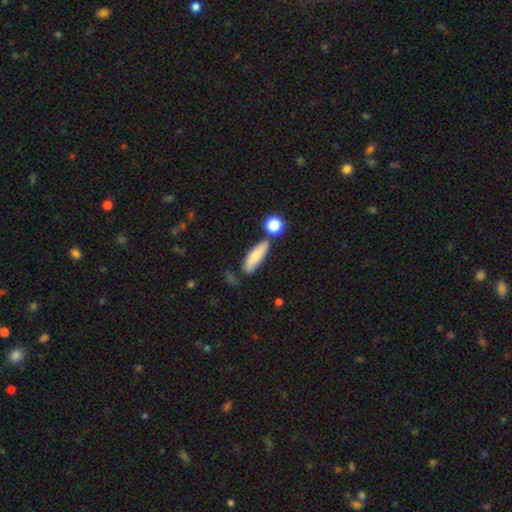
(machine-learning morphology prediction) smooth-or-featured: smooth: 79% | featured or disk: 14% | star or artifact: 7%
  how-rounded: in between: 50% | cigar-shaped: 47% | round: 3%
  merging: none: 69% | minor disturbance: 16% | merger: 10% | major disturbance: 4%